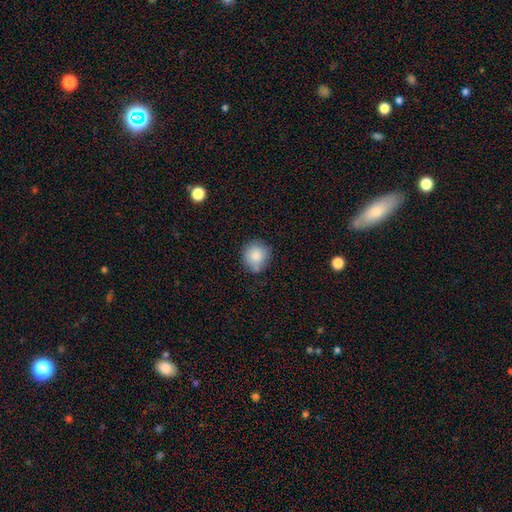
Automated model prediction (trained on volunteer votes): Smooth or featured? smooth (86%)
How rounded? round (86%)
Merging? none (75%)